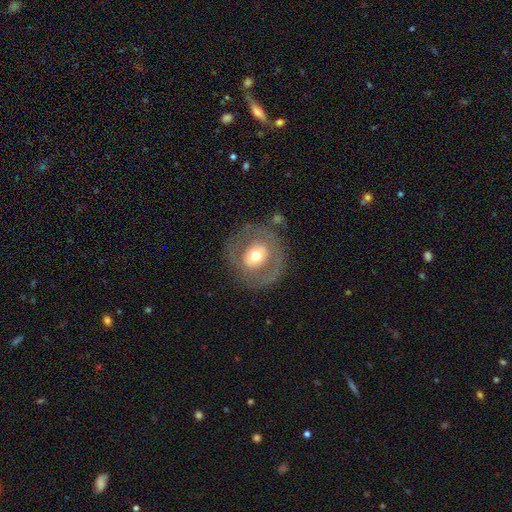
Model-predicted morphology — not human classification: This is possibly a featured or disk galaxy (51%). It is clearly not viewed edge-on (95%). Merging: likely none (75%).